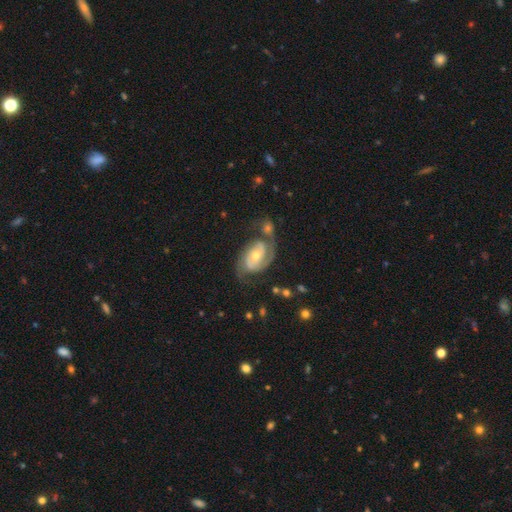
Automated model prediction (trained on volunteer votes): smooth-or-featured: featured or disk: 83% | smooth: 12% | star or artifact: 5%
  disk-edge-on: no: 97% | yes: 3%
    bar: no: 61% | weak: 29% | strong: 9%
    has-spiral-arms: yes: 93% | no: 7%
      spiral-winding: tight: 50% | medium: 37% | loose: 13%
      spiral-arm-count: 2: 70% | can't tell: 11% | 1: 11% | 3: 5% | 4: 1% | more than 4: 1%
    bulge-size: moderate: 59% | small: 35% | large: 3% | none: 1% | dominant: 1%
  merging: none: 48% | minor disturbance: 20% | major disturbance: 17% | merger: 15%